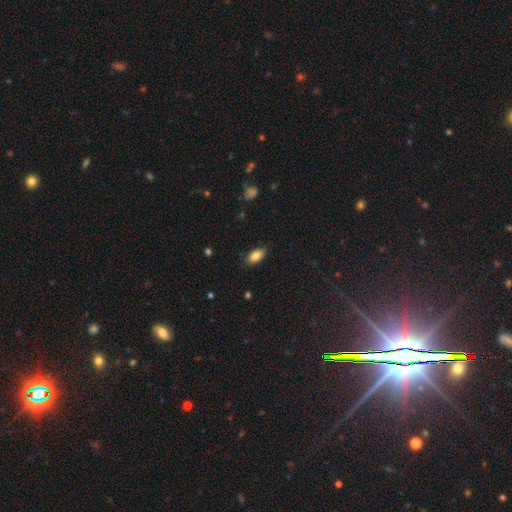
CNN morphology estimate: smooth 85%, featured or disk 8%, star or artifact 7%. Down the decision tree: how rounded — in between (90%); merging — none (86%).